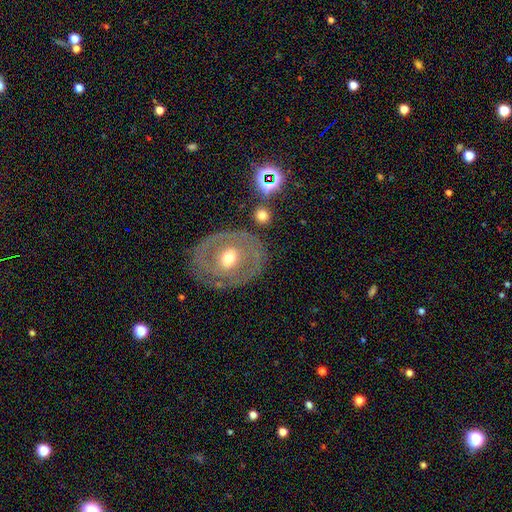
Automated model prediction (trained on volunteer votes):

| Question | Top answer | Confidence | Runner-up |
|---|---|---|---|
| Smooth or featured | featured or disk | 69% | smooth (23%) |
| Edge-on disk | no | 95% | yes (5%) |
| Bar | no | 66% | weak (23%) |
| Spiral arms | no | 60% | yes (40%) |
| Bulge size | moderate | 72% | small (20%) |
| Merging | none | 77% | minor disturbance (14%) |